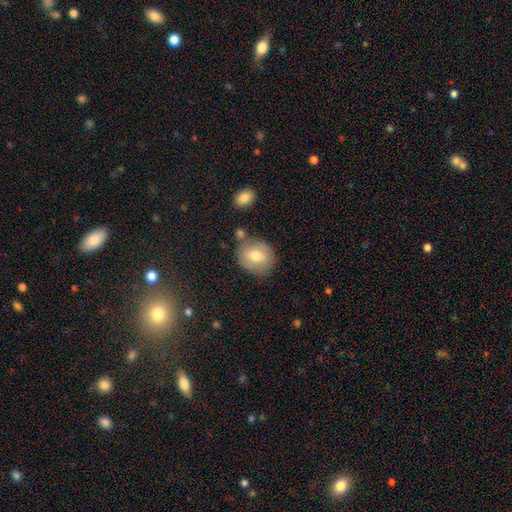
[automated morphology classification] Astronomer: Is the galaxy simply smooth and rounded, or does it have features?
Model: smooth — 72%.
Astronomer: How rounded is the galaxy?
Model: round — 70%.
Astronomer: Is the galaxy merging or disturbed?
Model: none — 71%.